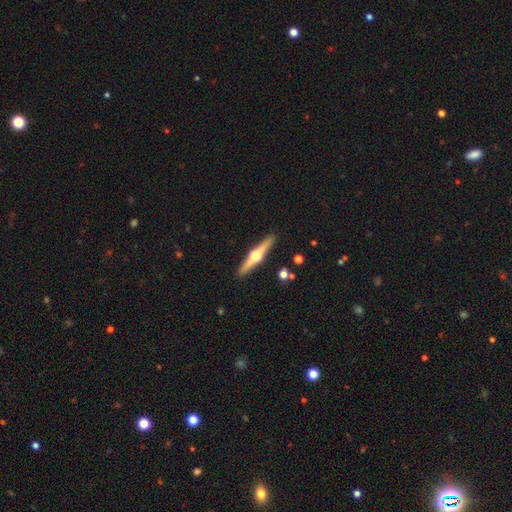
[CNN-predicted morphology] type=featured or disk (77%); edge-on=yes (98%); edge-on bulge=rounded (97%); merging=none (92%).